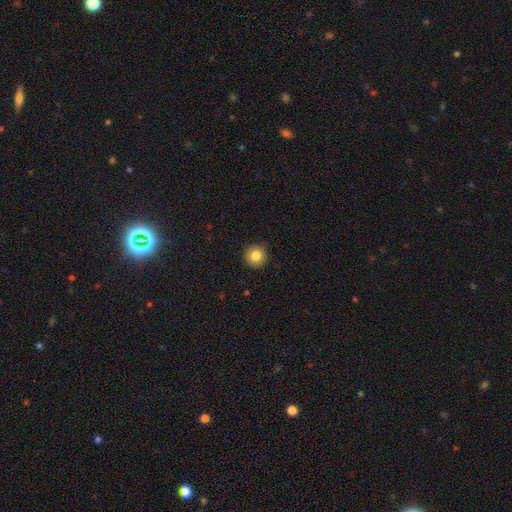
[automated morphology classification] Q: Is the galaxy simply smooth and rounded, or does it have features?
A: smooth — 83%.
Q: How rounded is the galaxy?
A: round — 95%.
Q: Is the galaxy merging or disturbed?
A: none — 88%.